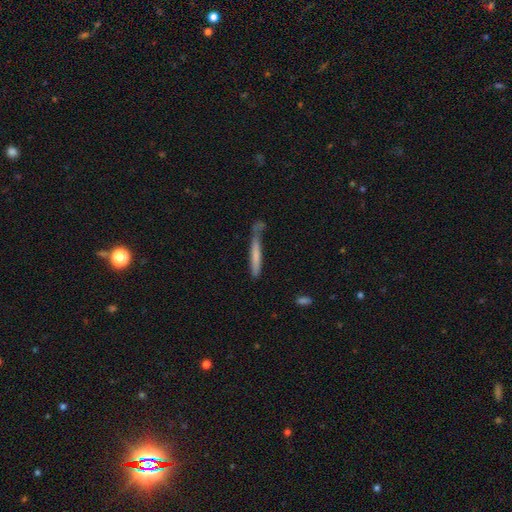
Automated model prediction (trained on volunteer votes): smooth-or-featured: smooth: 67% | featured or disk: 27% | star or artifact: 7%
  how-rounded: cigar-shaped: 94% | in between: 5% | round: 1%
  merging: none: 49% | minor disturbance: 25% | major disturbance: 14% | merger: 12%